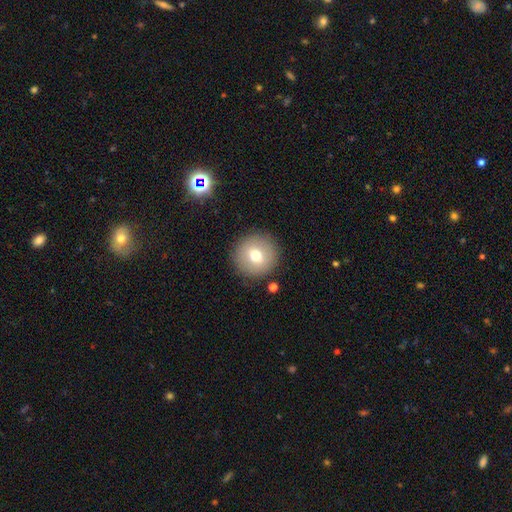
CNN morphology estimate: Smooth or featured?
  - smooth: 72% *
  - featured or disk: 19%
  - star or artifact: 10%
How rounded?
  - round: 95% *
  - in between: 4%
  - cigar-shaped: 1%
Merging?
  - none: 89% *
  - minor disturbance: 7%
  - major disturbance: 3%
  - merger: 2%